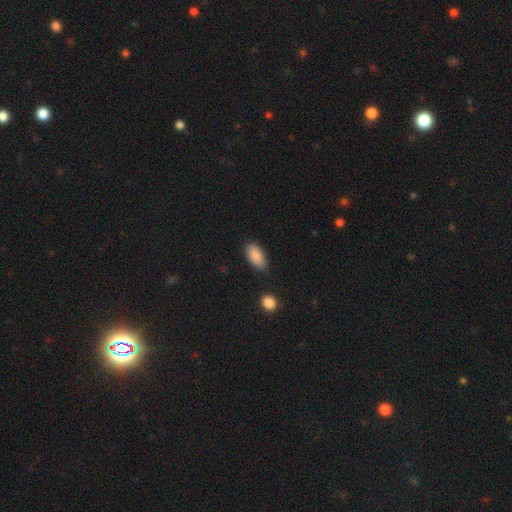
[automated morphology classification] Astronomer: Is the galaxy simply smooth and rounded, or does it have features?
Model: smooth — 89%.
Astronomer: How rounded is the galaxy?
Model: in between — 92%.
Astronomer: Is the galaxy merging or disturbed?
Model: none — 72%.